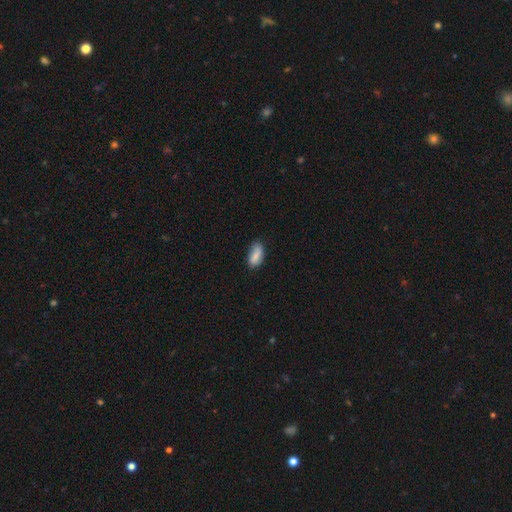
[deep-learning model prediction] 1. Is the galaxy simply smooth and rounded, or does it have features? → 81% smooth, 12% featured or disk, 7% star or artifact.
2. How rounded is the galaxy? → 89% in between, 7% cigar-shaped, 3% round.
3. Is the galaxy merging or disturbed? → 72% none, 22% minor disturbance, 4% major disturbance, 2% merger.